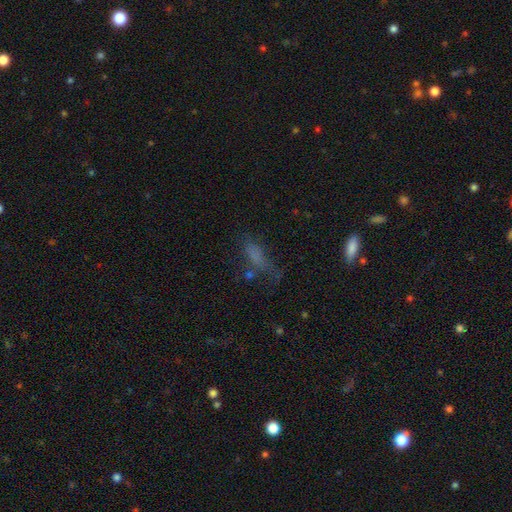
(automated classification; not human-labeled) Smooth or featured? Predicted: smooth (p=0.65). How rounded? Predicted: in between (p=0.56). Merging? Predicted: none (p=0.44).